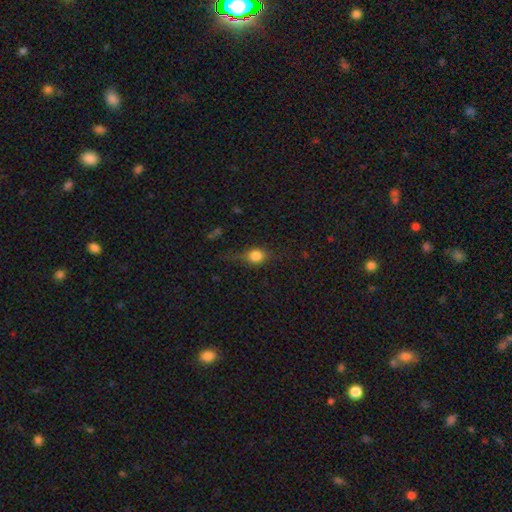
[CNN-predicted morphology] A smooth galaxy with no disk features (75%) that is round (56%). Merging: none (56%).